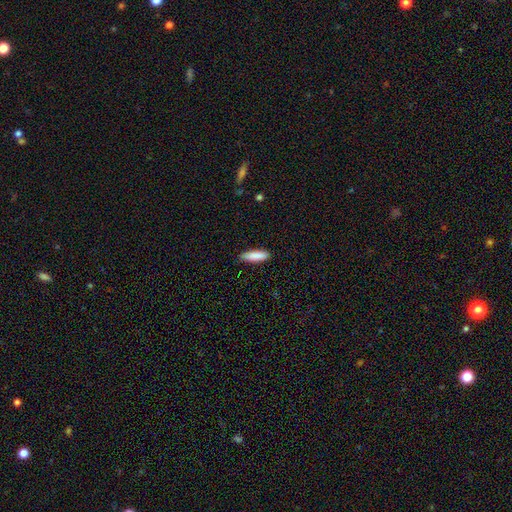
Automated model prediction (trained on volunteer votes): smooth_or_featured: smooth (p=0.88) [alt: featured or disk p=0.06]
how_rounded: cigar-shaped (p=0.60) [alt: in between p=0.39]
merging: none (p=0.88) [alt: minor disturbance p=0.09]